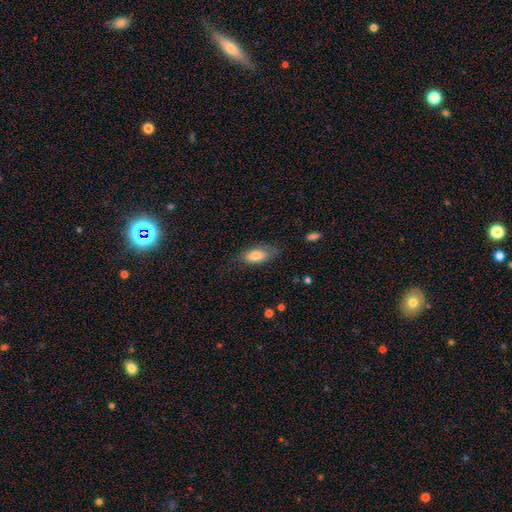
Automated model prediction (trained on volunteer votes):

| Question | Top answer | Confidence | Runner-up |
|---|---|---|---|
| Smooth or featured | smooth | 80% | featured or disk (13%) |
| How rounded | in between | 84% | cigar-shaped (13%) |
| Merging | none | 69% | minor disturbance (22%) |